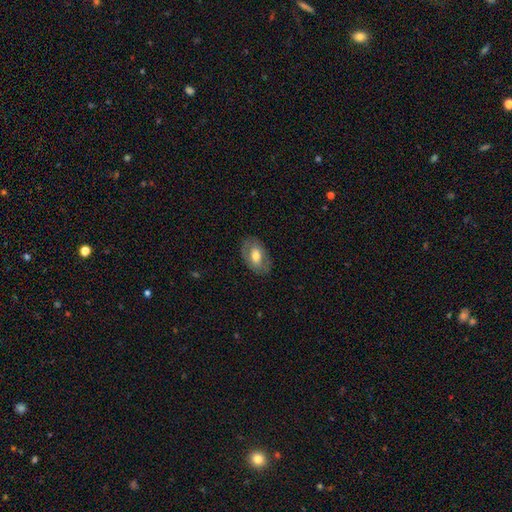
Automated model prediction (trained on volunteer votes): Smooth or featured?
  - smooth: 60% *
  - featured or disk: 33%
  - star or artifact: 7%
How rounded?
  - in between: 87% *
  - round: 11%
  - cigar-shaped: 1%
Merging?
  - none: 79% *
  - minor disturbance: 15%
  - major disturbance: 5%
  - merger: 1%